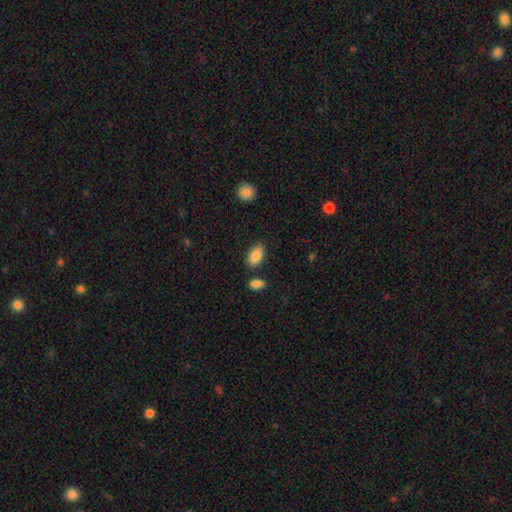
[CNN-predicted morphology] smooth-or-featured: smooth: 87% | star or artifact: 7% | featured or disk: 6%
  how-rounded: in between: 92% | round: 5% | cigar-shaped: 4%
  merging: none: 81% | minor disturbance: 12% | merger: 5% | major disturbance: 3%